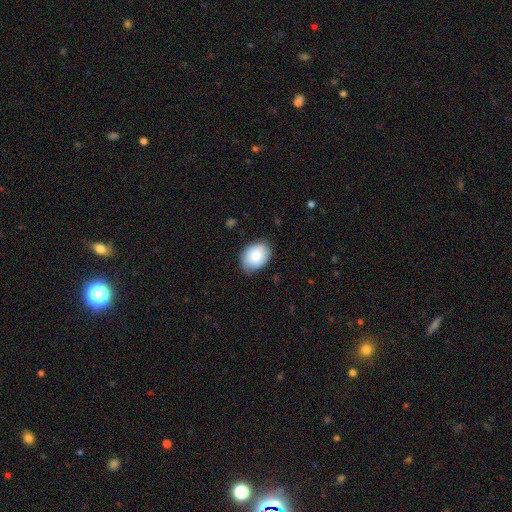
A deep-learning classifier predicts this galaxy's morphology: Smooth or featured?
  - smooth: 86% *
  - featured or disk: 8%
  - star or artifact: 6%
How rounded?
  - in between: 72% *
  - round: 27%
  - cigar-shaped: 1%
Merging?
  - none: 78% *
  - minor disturbance: 18%
  - major disturbance: 3%
  - merger: 1%